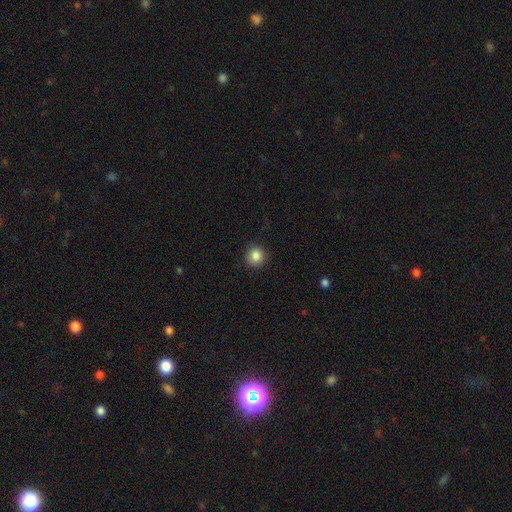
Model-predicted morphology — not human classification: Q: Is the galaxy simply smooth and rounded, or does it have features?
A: smooth — 86%.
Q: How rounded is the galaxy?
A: round — 92%.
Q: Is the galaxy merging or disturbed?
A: none — 89%.